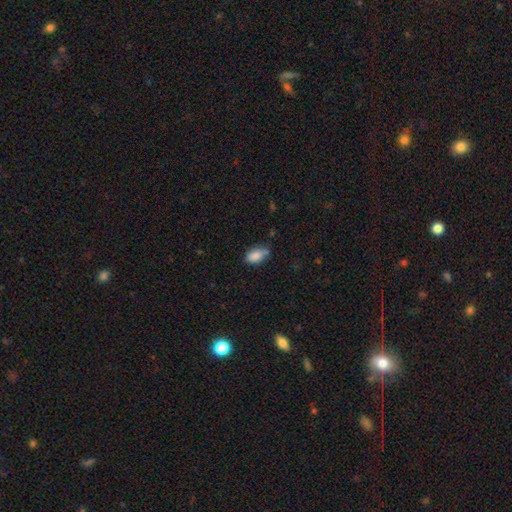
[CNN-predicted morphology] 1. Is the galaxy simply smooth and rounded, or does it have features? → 84% smooth, 9% featured or disk, 7% star or artifact.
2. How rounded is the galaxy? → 90% in between, 6% cigar-shaped, 4% round.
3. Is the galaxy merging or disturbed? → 63% none, 30% minor disturbance, 5% major disturbance, 3% merger.